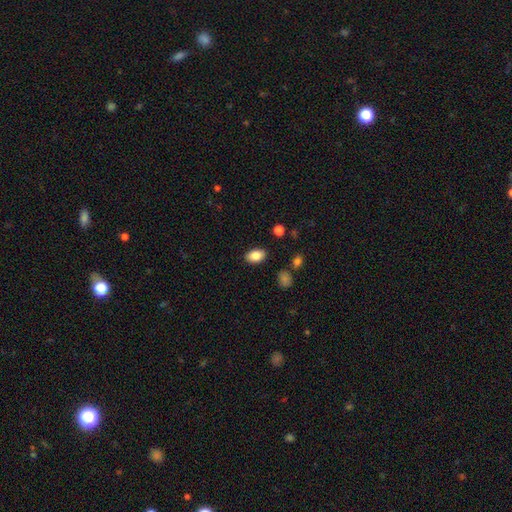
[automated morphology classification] type=smooth (86%); roundness=in between (89%); merging=none (87%).